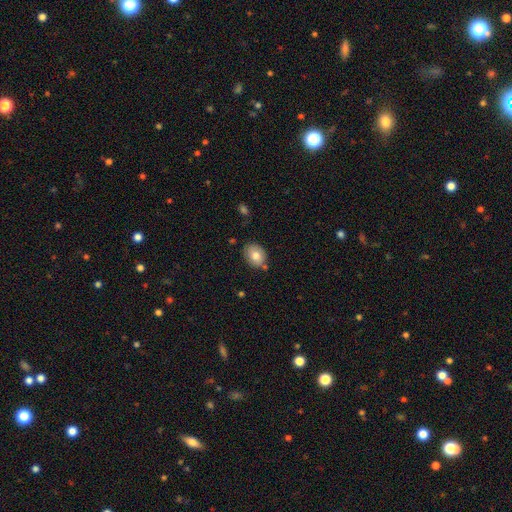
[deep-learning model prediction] Smooth or featured? Predicted: smooth (p=0.77). How rounded? Predicted: in between (p=0.57). Merging? Predicted: none (p=0.75).